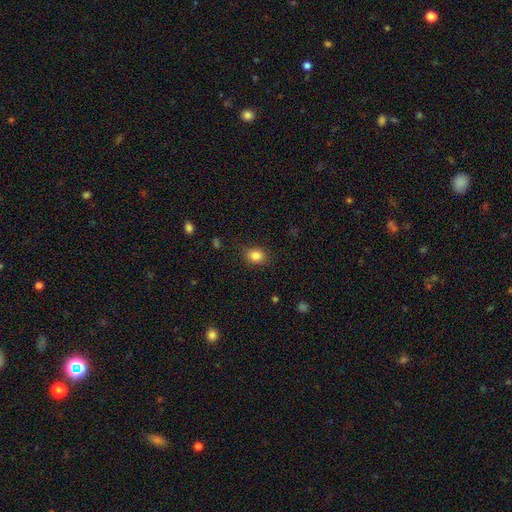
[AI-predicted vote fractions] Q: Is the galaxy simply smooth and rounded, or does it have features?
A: smooth — 85%.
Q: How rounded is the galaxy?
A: round — 54%.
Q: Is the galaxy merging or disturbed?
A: none — 84%.